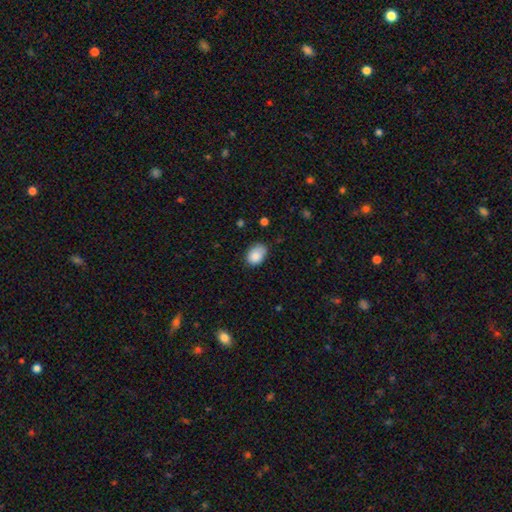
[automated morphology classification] smooth_or_featured: smooth (p=0.86) [alt: star or artifact p=0.08]
how_rounded: in between (p=0.78) [alt: round p=0.21]
merging: none (p=0.64) [alt: minor disturbance p=0.29]